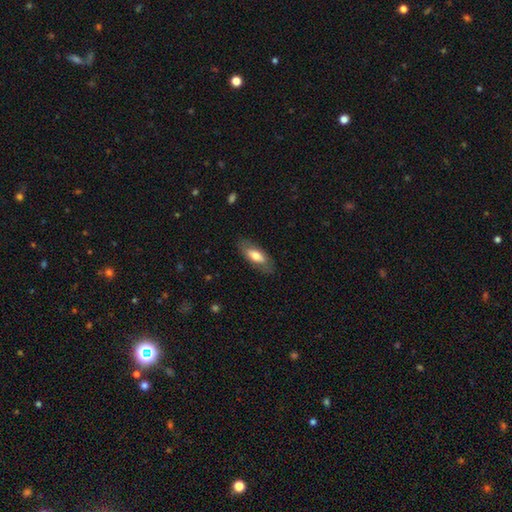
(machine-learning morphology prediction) smooth 69%, featured or disk 25%, star or artifact 6%. Down the decision tree: how rounded — in between (77%); merging — none (81%).